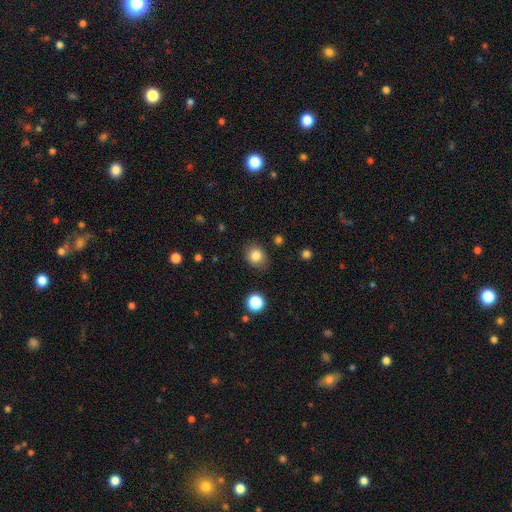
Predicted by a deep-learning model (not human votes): Smooth or featured? smooth (83%)
How rounded? round (65%)
Merging? none (82%)